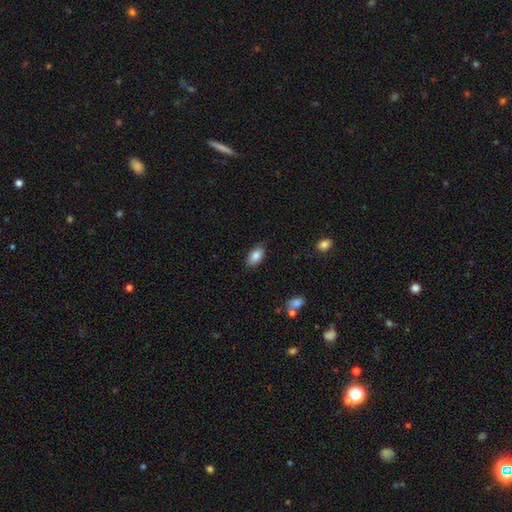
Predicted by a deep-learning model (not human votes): A smooth galaxy with no disk features (84%) that is in between round and cigar-shaped (92%). Merging: none (85%).